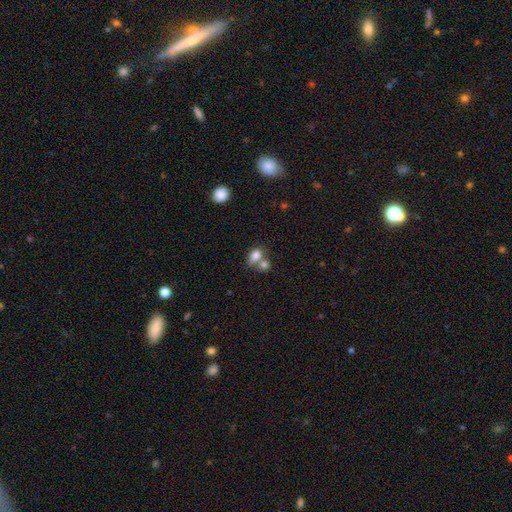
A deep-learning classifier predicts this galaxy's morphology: Smooth or featured? smooth (79%)
How rounded? in between (60%)
Merging? merger (53%)